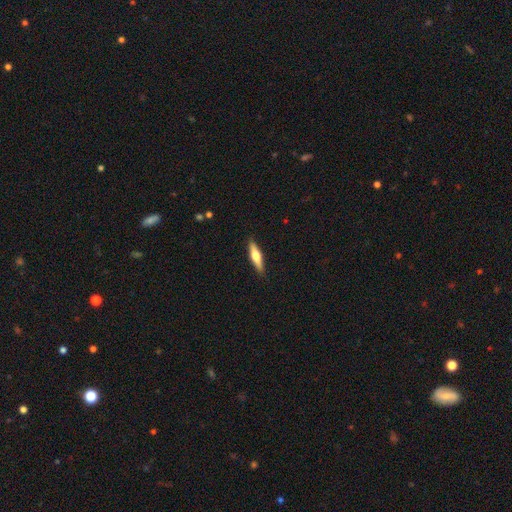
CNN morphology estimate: smooth 48%, featured or disk 47%, star or artifact 5%. Down the decision tree: merging — none (90%).